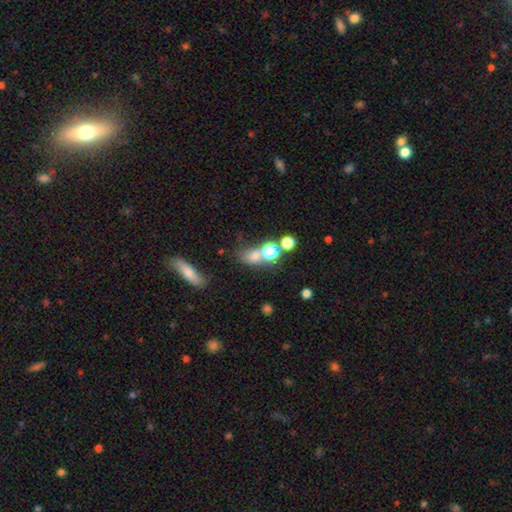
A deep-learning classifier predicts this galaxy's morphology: This appears to be a smooth galaxy with no disk features (66%) that is round (51%). Merging: none (46%).